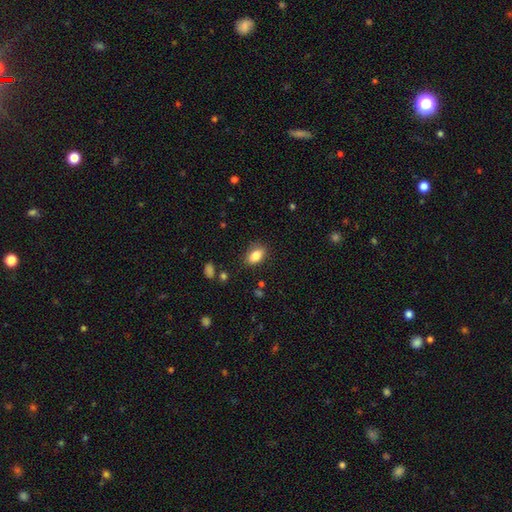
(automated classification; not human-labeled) Overall: smooth (85%). How rounded: in between (87%). Merging: none (83%).